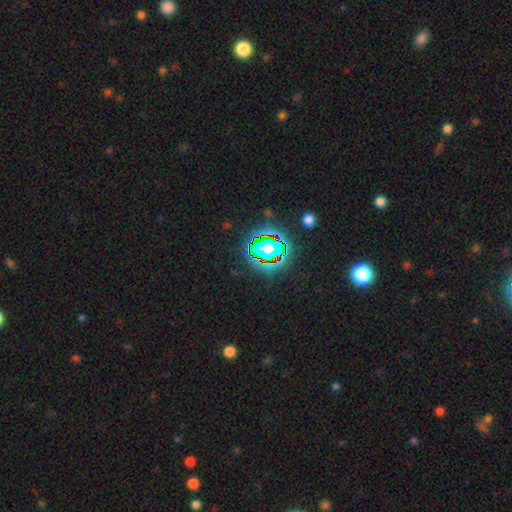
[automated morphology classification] A star or artifact, not a galaxy (70%).